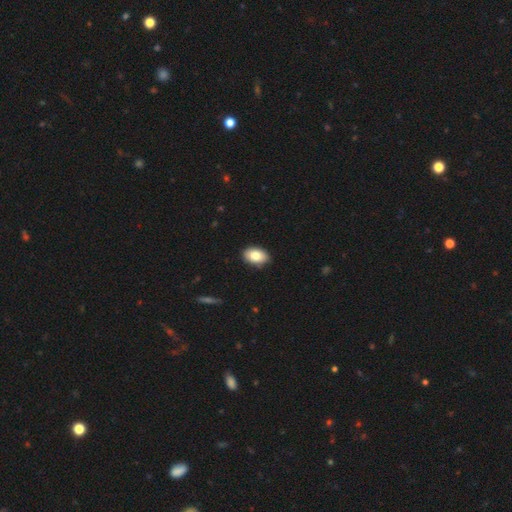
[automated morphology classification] Overall: smooth (81%). How rounded: in between (87%). Merging: none (86%).